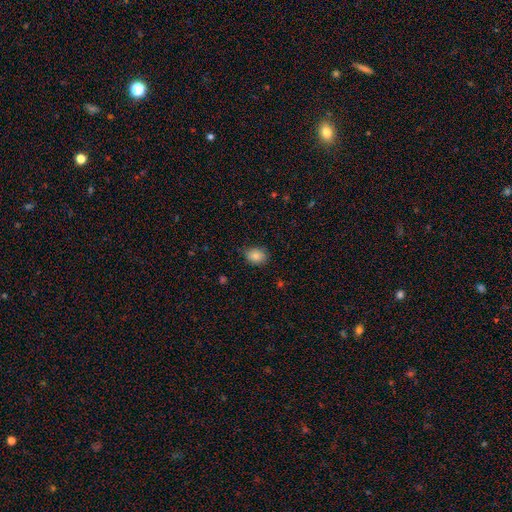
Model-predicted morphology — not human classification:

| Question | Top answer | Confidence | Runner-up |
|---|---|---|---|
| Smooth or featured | smooth | 85% | star or artifact (9%) |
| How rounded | in between | 61% | round (38%) |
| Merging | none | 80% | minor disturbance (16%) |